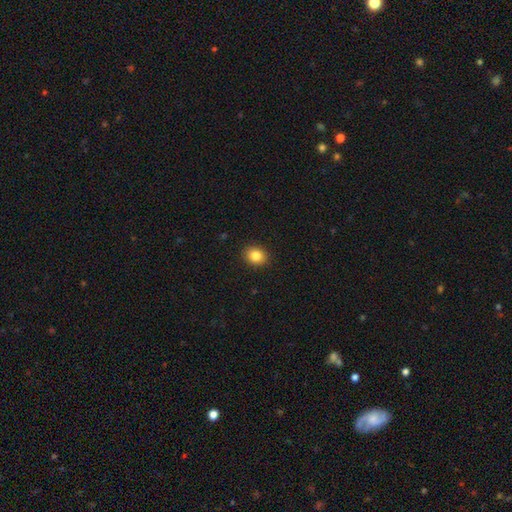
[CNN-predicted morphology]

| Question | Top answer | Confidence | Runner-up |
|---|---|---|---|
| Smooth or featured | smooth | 84% | star or artifact (10%) |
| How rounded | round | 53% | in between (46%) |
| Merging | none | 91% | minor disturbance (6%) |